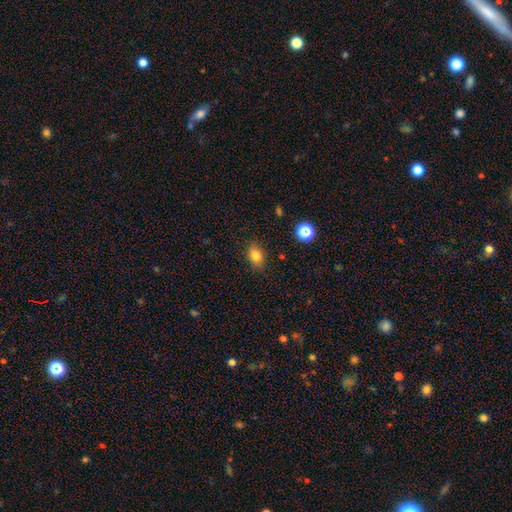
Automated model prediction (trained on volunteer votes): This appears to be a smooth galaxy with no disk features (81%) that is in between round and cigar-shaped (72%). Merging: none (84%).